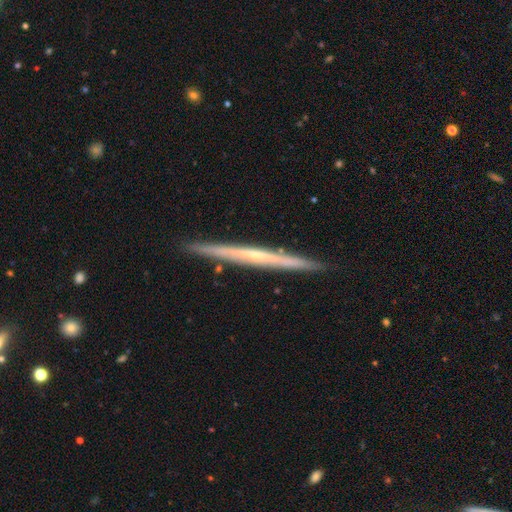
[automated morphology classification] Smooth or featured? Predicted: featured or disk (p=0.70). Edge-on disk? Predicted: yes (p=0.97). Edge-on bulge? Predicted: none (p=0.68). Merging? Predicted: none (p=0.91).